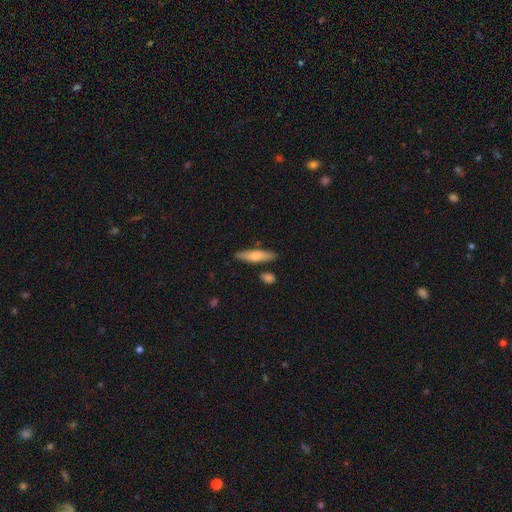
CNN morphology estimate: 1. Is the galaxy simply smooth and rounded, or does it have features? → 63% smooth, 31% featured or disk, 6% star or artifact.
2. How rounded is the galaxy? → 75% cigar-shaped, 23% in between, 2% round.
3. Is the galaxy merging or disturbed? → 83% none, 10% minor disturbance, 4% merger, 2% major disturbance.